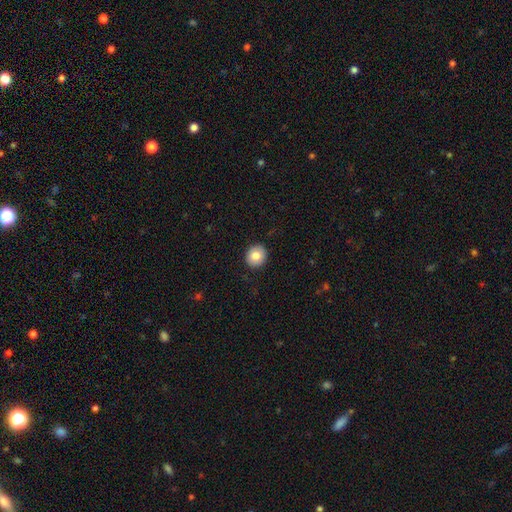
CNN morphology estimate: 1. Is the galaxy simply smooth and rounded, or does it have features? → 82% smooth, 10% featured or disk, 8% star or artifact.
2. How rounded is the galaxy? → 80% round, 19% in between, 1% cigar-shaped.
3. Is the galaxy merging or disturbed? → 91% none, 6% minor disturbance, 2% major disturbance, 1% merger.